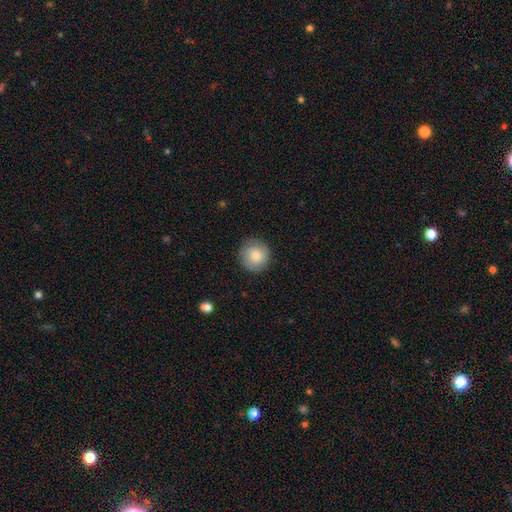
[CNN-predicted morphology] A smooth galaxy with no disk features (82%) that is round (94%).

Vote fractions:
- Smooth or featured? smooth: 82% / featured or disk: 11% / star or artifact: 7%
- How rounded? round: 94% / in between: 5% / cigar-shaped: 1%
- Merging? none: 87% / minor disturbance: 9% / major disturbance: 2% / merger: 1%